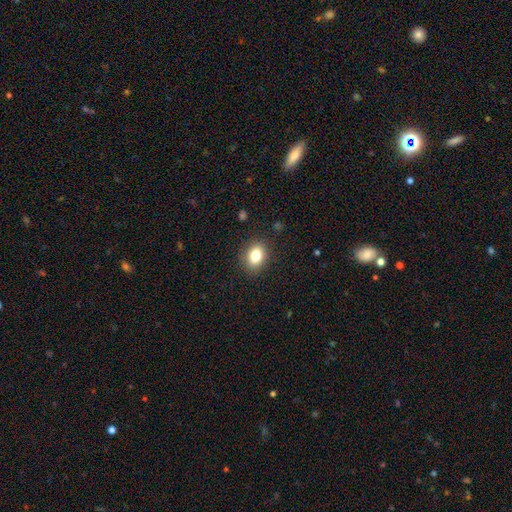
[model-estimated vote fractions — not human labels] This is clearly a smooth galaxy (82%). How rounded: likely in between (62%). Merging: clearly none (87%).